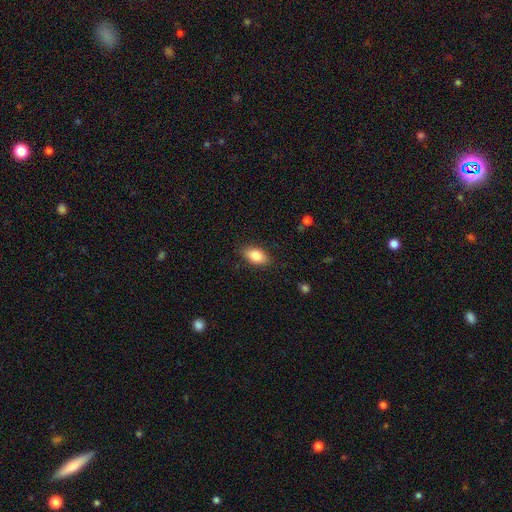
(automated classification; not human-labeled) This appears to be a smooth galaxy with no disk features (83%) that is in between round and cigar-shaped (90%). Merging: none (86%).